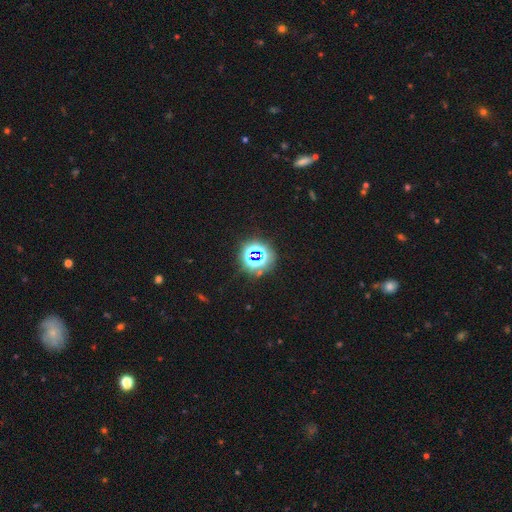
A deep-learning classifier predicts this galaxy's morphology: type=star or artifact (71%).